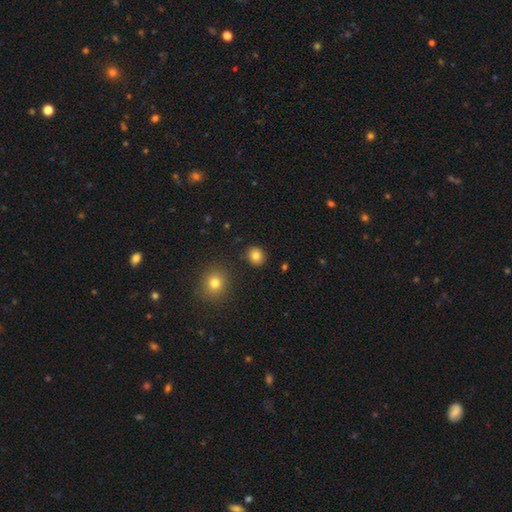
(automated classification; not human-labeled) A smooth galaxy with no disk features (82%) that is round (73%).

Vote fractions:
- Smooth or featured? smooth: 82% / star or artifact: 11% / featured or disk: 7%
- How rounded? round: 73% / in between: 26% / cigar-shaped: 1%
- Merging? none: 88% / minor disturbance: 7% / major disturbance: 2% / merger: 2%